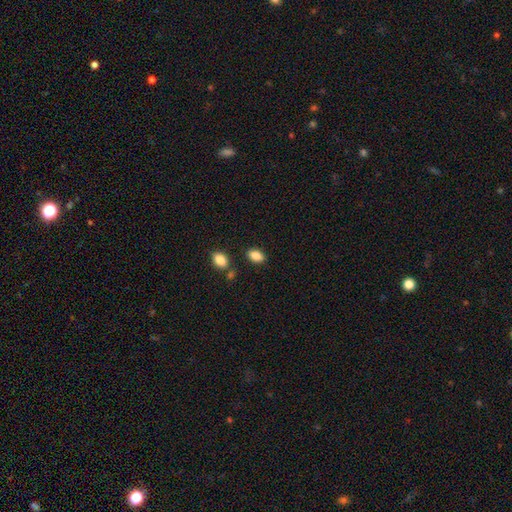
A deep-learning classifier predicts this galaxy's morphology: This is clearly a smooth galaxy (87%). How rounded: clearly in between (86%). Merging: clearly none (82%).